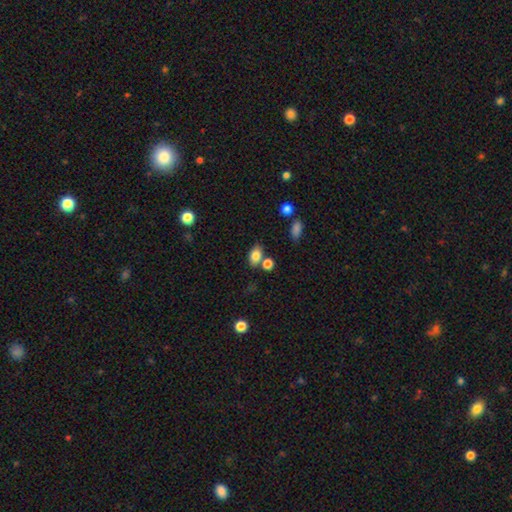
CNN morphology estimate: The model was most divided on "merging": none: 67%, merger: 16%, minor disturbance: 13%, major disturbance: 4%. More confident: how rounded — in between (84%); smooth or featured — smooth (81%).